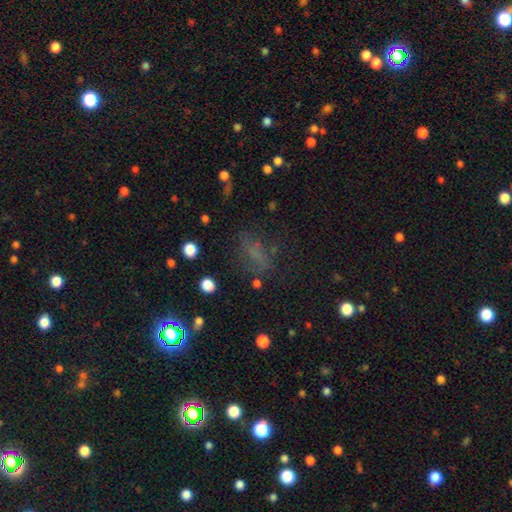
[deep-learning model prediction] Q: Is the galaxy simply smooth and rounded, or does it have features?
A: smooth — 48%.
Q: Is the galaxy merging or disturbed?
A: none — 59%.